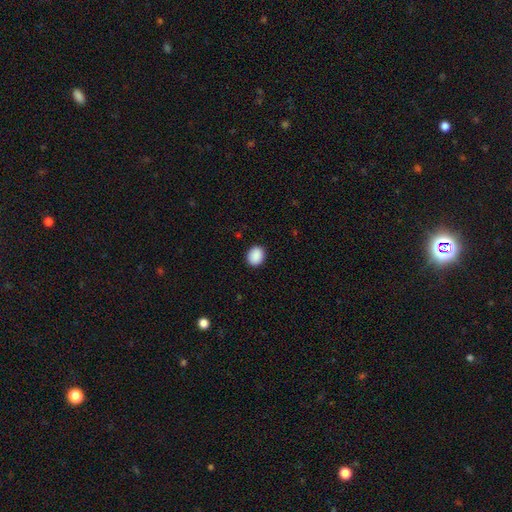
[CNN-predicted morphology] smooth_or_featured: smooth (p=0.90) [alt: star or artifact p=0.08]
how_rounded: round (p=0.58) [alt: in between p=0.41]
merging: none (p=0.90) [alt: minor disturbance p=0.07]